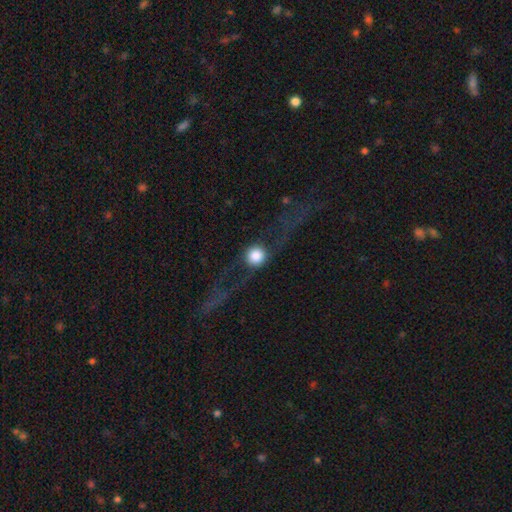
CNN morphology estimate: The model was most divided on "smooth or featured": smooth: 51%, featured or disk: 38%, star or artifact: 11%. More confident: how rounded — round (91%); merging — none (64%).